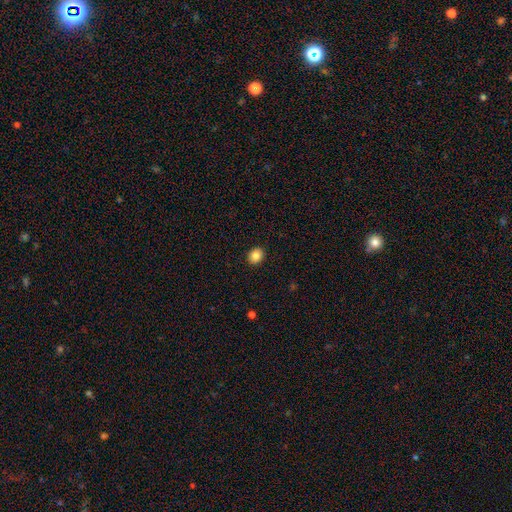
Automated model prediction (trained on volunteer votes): Overall: smooth (85%). How rounded: round (67%; in between 32%). Merging: none (92%).